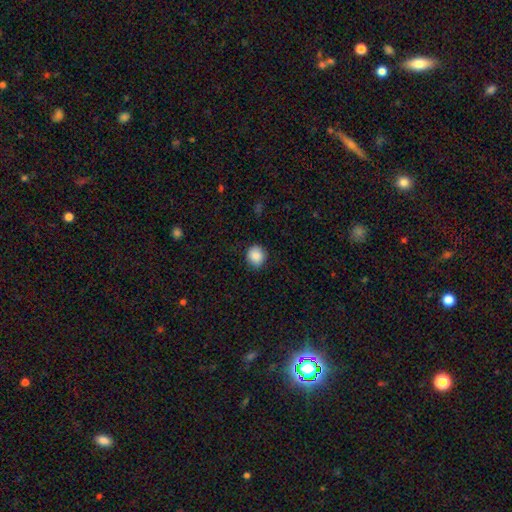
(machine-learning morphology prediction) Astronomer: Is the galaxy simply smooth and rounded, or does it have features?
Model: smooth — 88%.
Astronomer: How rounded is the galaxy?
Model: round — 81%.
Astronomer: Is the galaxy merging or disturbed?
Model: none — 84%.